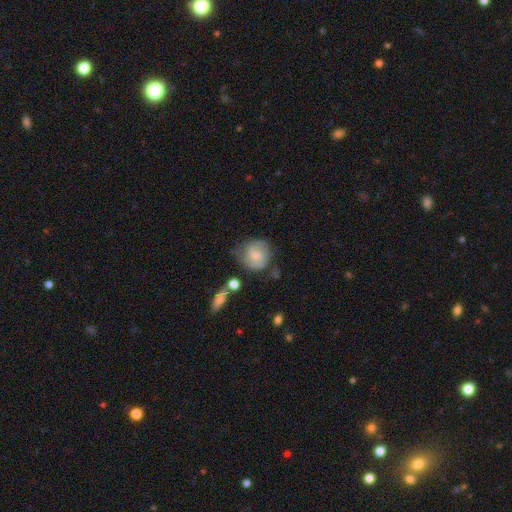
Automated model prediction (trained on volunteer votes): smooth-or-featured: smooth: 54% | featured or disk: 39% | star or artifact: 7%
  how-rounded: round: 79% | in between: 20% | cigar-shaped: 1%
  merging: none: 53% | minor disturbance: 27% | major disturbance: 13% | merger: 7%